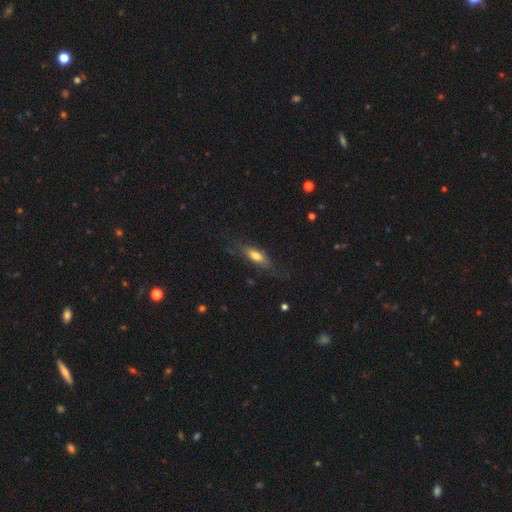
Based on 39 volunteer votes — Smooth or featured: smooth — 59% (featured or disk — 33%)
How rounded: in between — 78% (cigar-shaped — 22%)
Merging: none — 67% (minor disturbance — 19%)